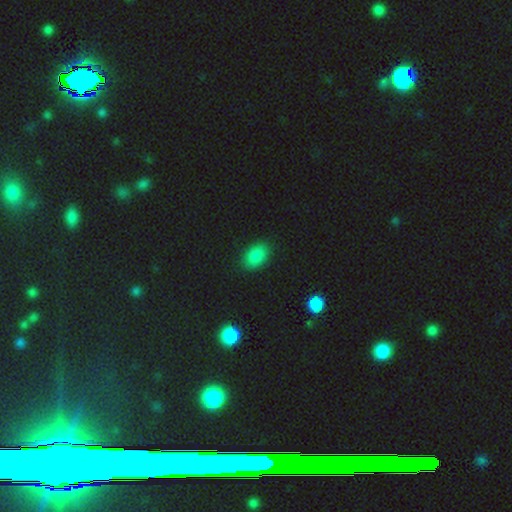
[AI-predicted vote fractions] Smooth or featured?
  - smooth: 84% *
  - star or artifact: 11%
  - featured or disk: 4%
How rounded?
  - in between: 85% *
  - round: 14%
  - cigar-shaped: 1%
Merging?
  - none: 87% *
  - minor disturbance: 9%
  - major disturbance: 2%
  - merger: 1%